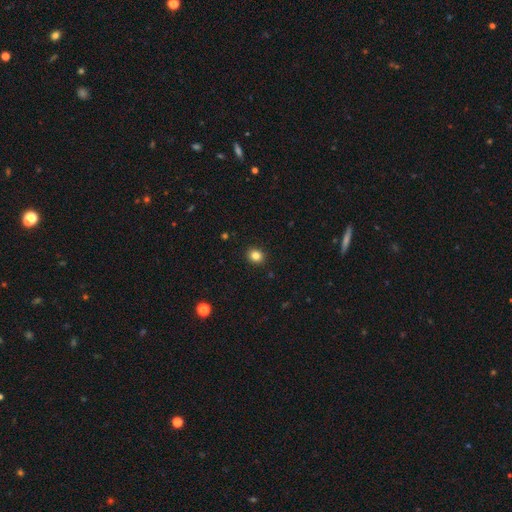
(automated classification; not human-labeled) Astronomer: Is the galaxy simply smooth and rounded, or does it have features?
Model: smooth — 84%.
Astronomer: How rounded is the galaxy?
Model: round — 79%.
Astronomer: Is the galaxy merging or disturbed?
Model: none — 92%.